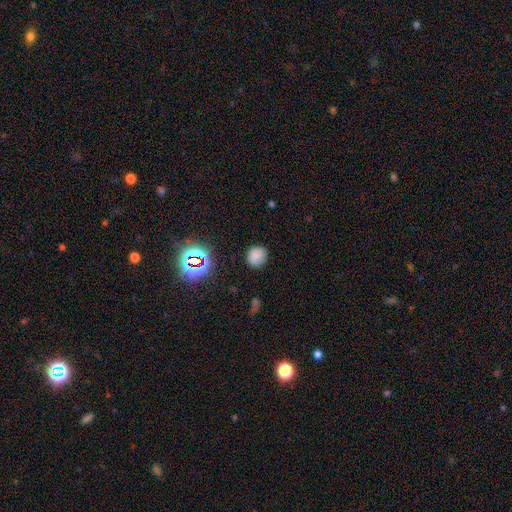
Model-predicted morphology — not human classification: Smooth or featured? Predicted: smooth (p=0.75). How rounded? Predicted: round (p=0.80). Merging? Predicted: none (p=0.81).